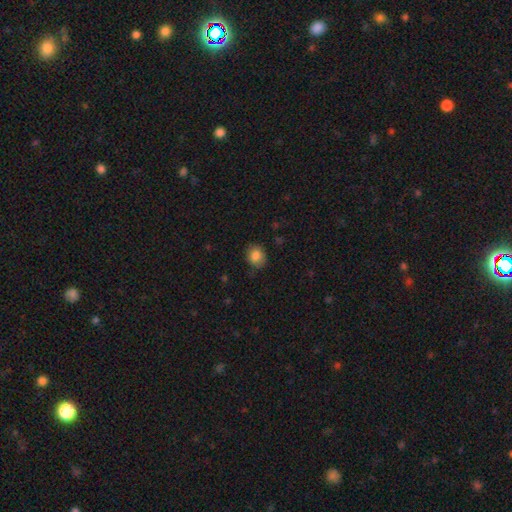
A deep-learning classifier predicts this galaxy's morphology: Smooth or featured: smooth — 85% (star or artifact — 9%)
How rounded: round — 63% (in between — 36%)
Merging: none — 79% (minor disturbance — 16%)